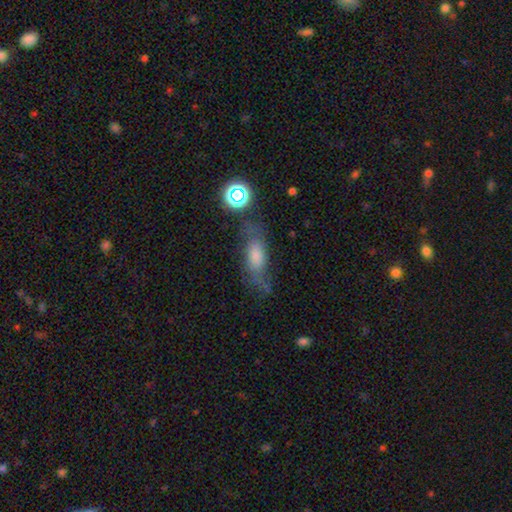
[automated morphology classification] This appears to be a smooth galaxy with no disk features (54%) that is in between round and cigar-shaped (64%). Merging: none (53%).